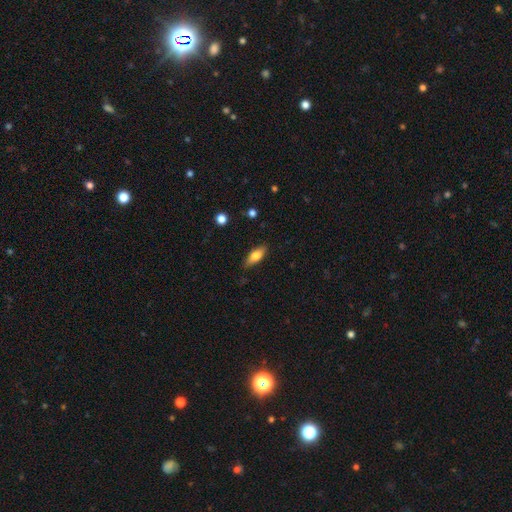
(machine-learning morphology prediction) Smooth or featured? smooth (70%)
How rounded? in between (69%)
Merging? none (85%)